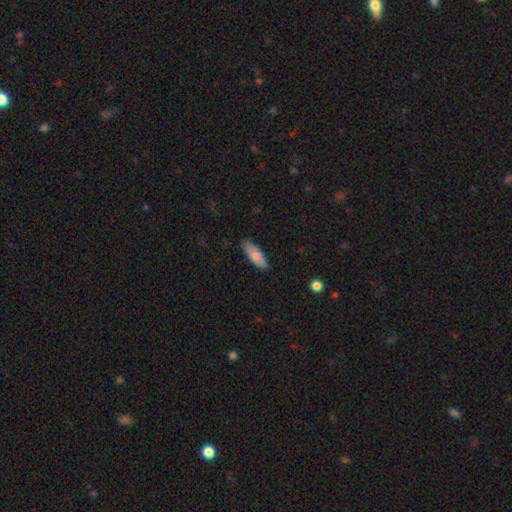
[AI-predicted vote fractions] Overall: smooth (86%). How rounded: in between (62%; cigar-shaped 36%). Merging: none (83%).